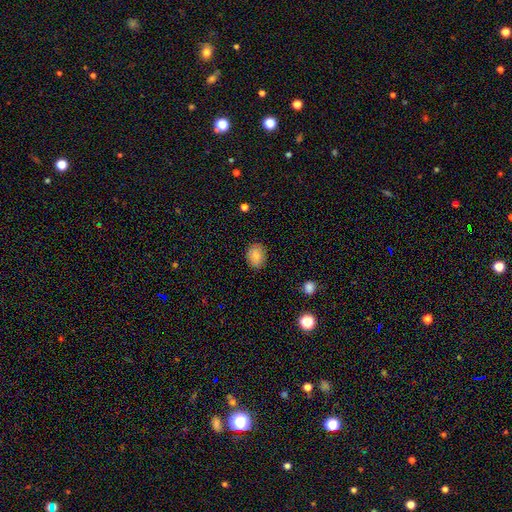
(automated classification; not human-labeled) A smooth galaxy with no disk features (85%) that is in between round and cigar-shaped (62%). Merging: none (84%).